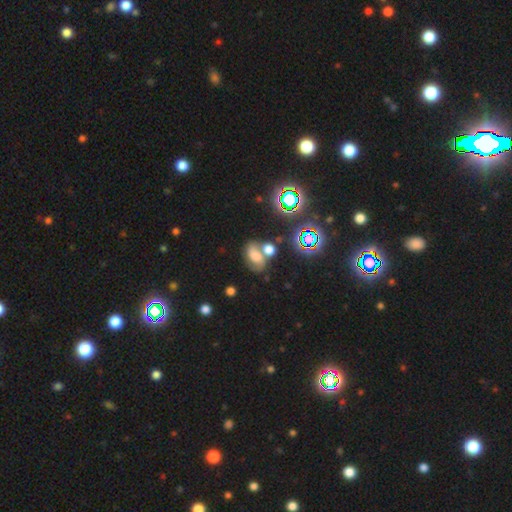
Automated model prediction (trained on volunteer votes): Smooth or featured: smooth — 45% (featured or disk — 33%)
Merging: none — 40% (merger — 33%)